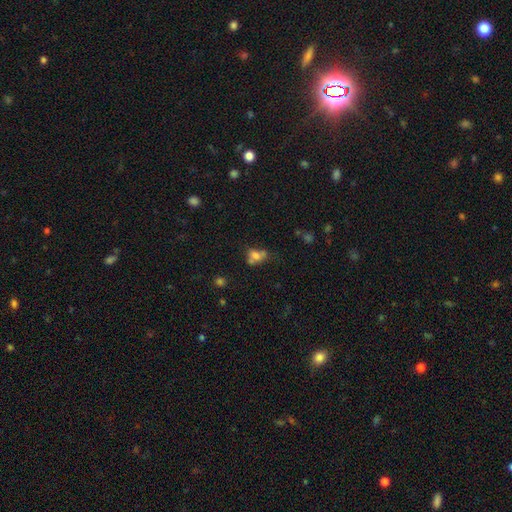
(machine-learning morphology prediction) A smooth galaxy with no disk features (64%) that is in between round and cigar-shaped (65%).

Vote fractions:
- Smooth or featured? smooth: 64% / featured or disk: 20% / star or artifact: 16%
- How rounded? in between: 65% / round: 32% / cigar-shaped: 3%
- Merging? merger: 39% / none: 30% / minor disturbance: 18% / major disturbance: 13%